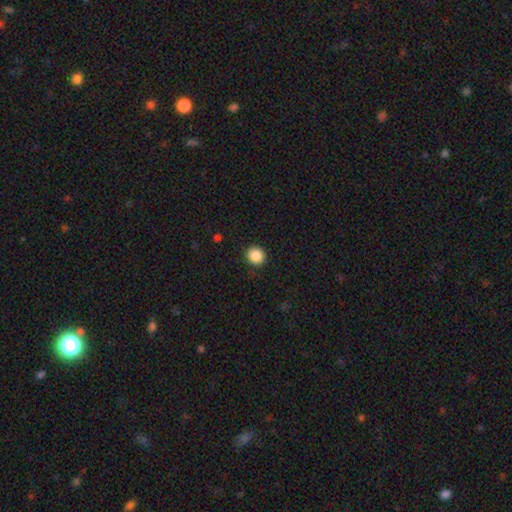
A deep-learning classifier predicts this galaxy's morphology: Smooth or featured?
  - smooth: 87% *
  - star or artifact: 10%
  - featured or disk: 3%
How rounded?
  - round: 91% *
  - in between: 8%
  - cigar-shaped: 1%
Merging?
  - none: 91% *
  - minor disturbance: 6%
  - major disturbance: 2%
  - merger: 1%